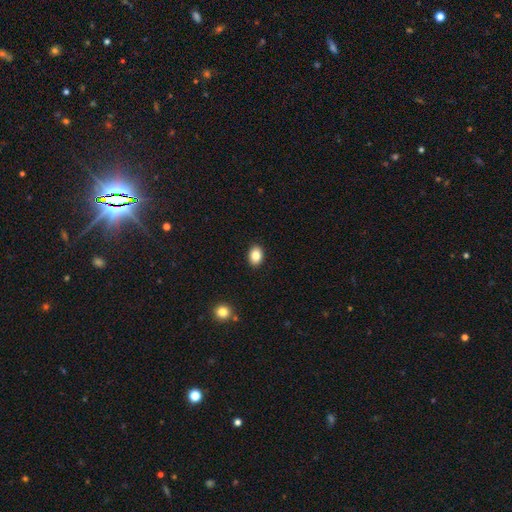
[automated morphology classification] Q: Smooth or featured?
A: smooth (85%); runner-up: star or artifact (9%)
Q: How rounded?
A: in between (71%); runner-up: round (28%)
Q: Merging?
A: none (91%); runner-up: minor disturbance (7%)